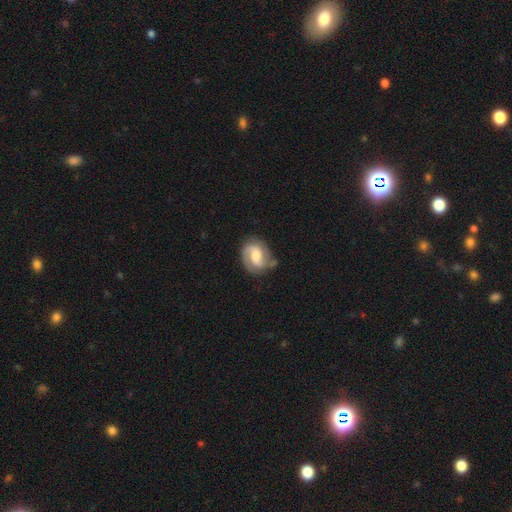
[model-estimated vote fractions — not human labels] Smooth or featured?
  - featured or disk: 76% *
  - smooth: 19%
  - star or artifact: 6%
Edge-on disk?
  - no: 98% *
  - yes: 2%
Bar?
  - weak: 48% *
  - no: 36%
  - strong: 17%
Spiral arms?
  - yes: 94% *
  - no: 6%
Spiral winding?
  - medium: 47% *
  - tight: 35%
  - loose: 19%
Spiral arm count?
  - 2: 80% *
  - can't tell: 7%
  - 1: 6%
  - 3: 4%
  - 4: 1%
  - more than 4: 1%
Bulge size?
  - moderate: 51% *
  - small: 26%
  - large: 16%
  - none: 5%
  - dominant: 2%
Merging?
  - none: 68% *
  - minor disturbance: 21%
  - major disturbance: 8%
  - merger: 3%